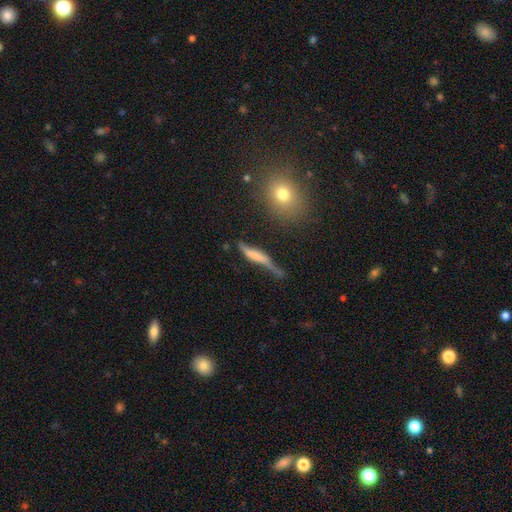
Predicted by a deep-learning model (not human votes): Smooth or featured? featured or disk (47%)
Merging? none (37%)